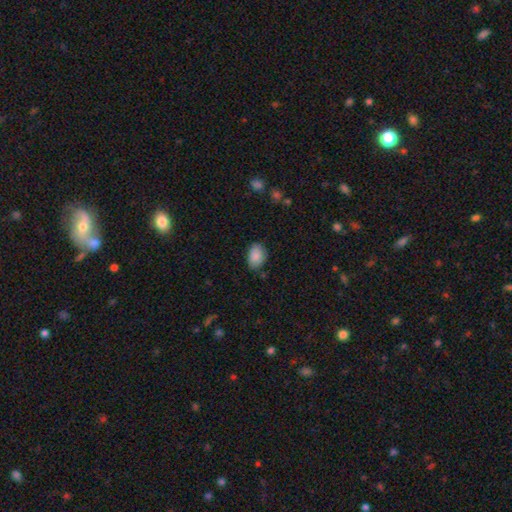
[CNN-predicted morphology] Q: Smooth or featured?
A: smooth (88%); runner-up: star or artifact (7%)
Q: How rounded?
A: in between (83%); runner-up: round (15%)
Q: Merging?
A: none (79%); runner-up: minor disturbance (17%)